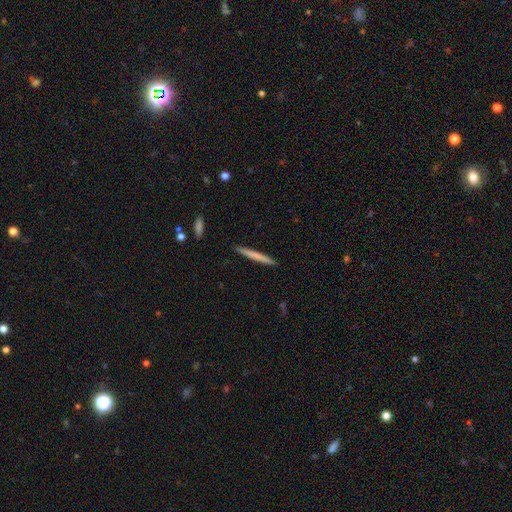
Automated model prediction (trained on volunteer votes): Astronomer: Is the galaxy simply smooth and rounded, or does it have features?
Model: smooth — 69%.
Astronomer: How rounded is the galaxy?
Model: cigar-shaped — 97%.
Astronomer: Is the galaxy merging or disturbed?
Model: none — 92%.